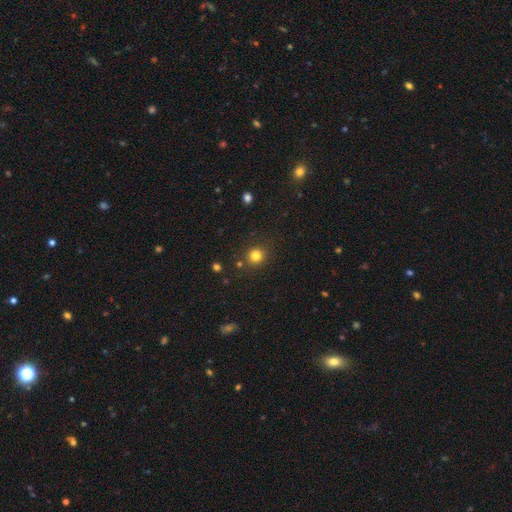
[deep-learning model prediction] A smooth galaxy with no disk features (81%) that is round (91%). Merging: none (87%).